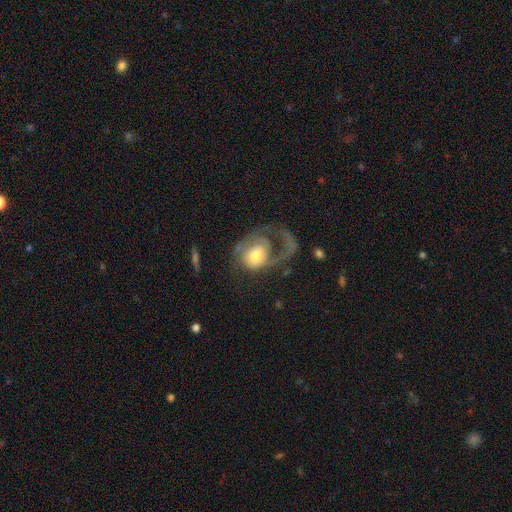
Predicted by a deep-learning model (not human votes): A featured or disk galaxy (62%) with no bar (72%), spiral arms (76%) and a moderate central bulge (59%).

Vote fractions:
- Smooth or featured? featured or disk: 62% / smooth: 31% / star or artifact: 7%
- Edge-on disk? no: 97% / yes: 3%
- Bar? no: 72% / weak: 22% / strong: 5%
- Spiral arms? yes: 76% / no: 24%
- Bulge size? moderate: 59% / small: 20% / large: 17% / dominant: 3% / none: 2%
- Merging? major disturbance: 59% / none: 24% / minor disturbance: 14% / merger: 3%